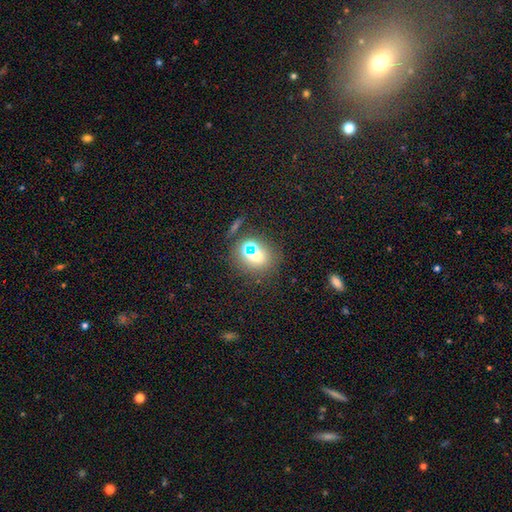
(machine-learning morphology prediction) Smooth or featured? Predicted: smooth (p=0.58). How rounded? Predicted: round (p=0.81). Merging? Predicted: none (p=0.70).